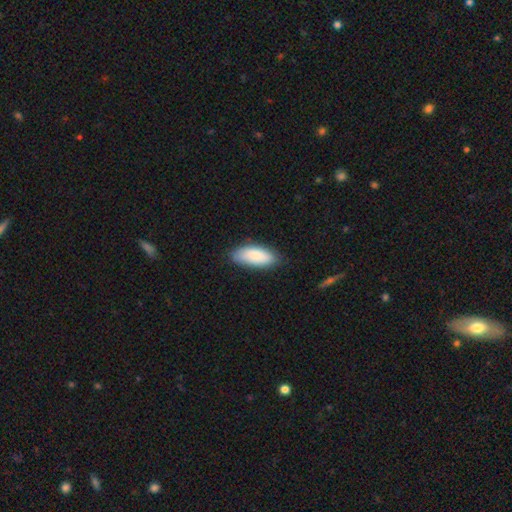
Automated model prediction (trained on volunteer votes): smooth 85%, featured or disk 9%, star or artifact 6%. Down the decision tree: how rounded — in between (83%); merging — none (80%).